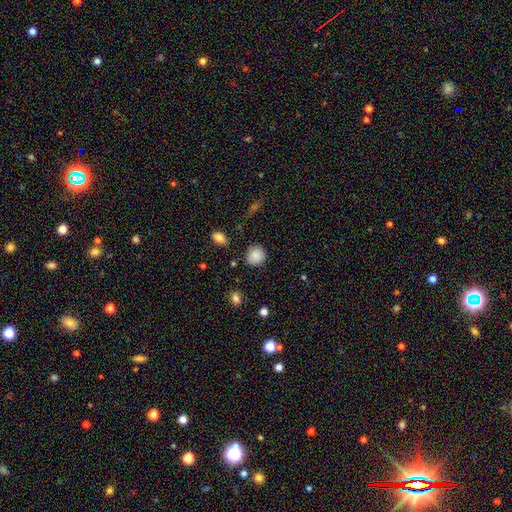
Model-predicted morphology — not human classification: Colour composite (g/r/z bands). It shows a smooth galaxy with no disk features (86%) that is round (87%). Merging: none (83%).